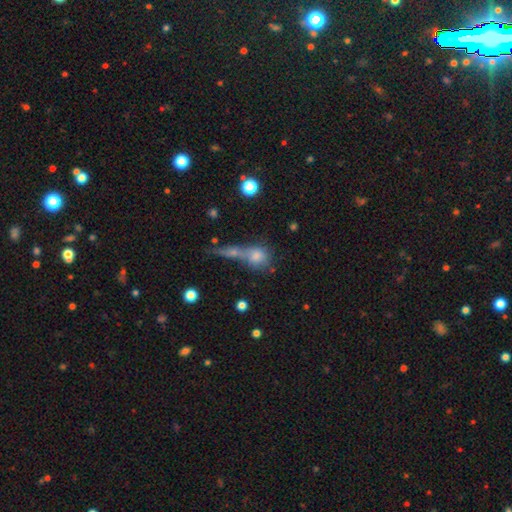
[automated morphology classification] smooth-or-featured: smooth: 71% | featured or disk: 15% | star or artifact: 13%
  how-rounded: round: 61% | in between: 29% | cigar-shaped: 9%
  merging: merger: 47% | none: 35% | minor disturbance: 10% | major disturbance: 7%